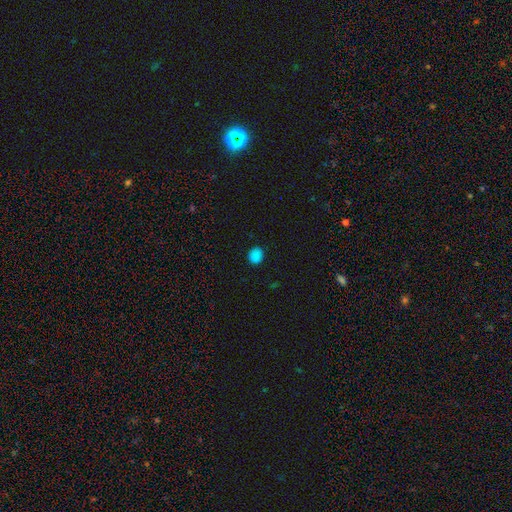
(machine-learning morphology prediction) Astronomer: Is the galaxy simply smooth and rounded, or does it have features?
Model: smooth — 83%.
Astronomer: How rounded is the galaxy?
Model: round — 72%.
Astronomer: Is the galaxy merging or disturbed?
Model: none — 86%.